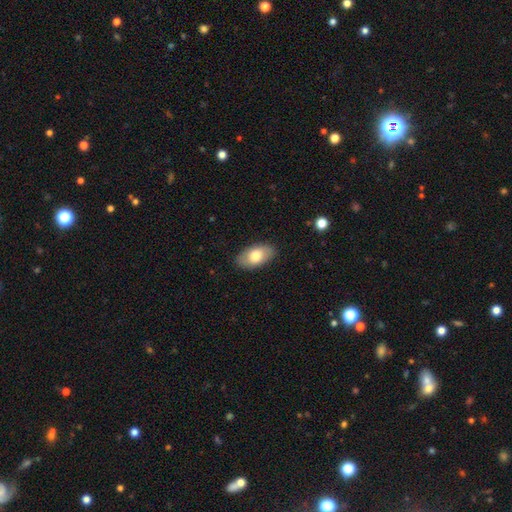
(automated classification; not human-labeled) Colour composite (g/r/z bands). It shows a smooth galaxy with no disk features (75%) that is in between round and cigar-shaped (94%). Merging: none (86%).